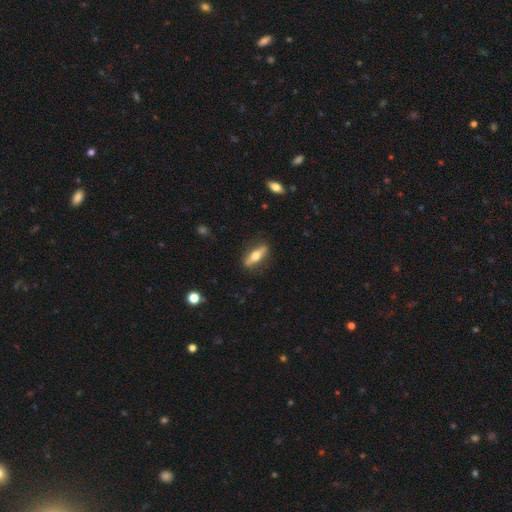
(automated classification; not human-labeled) smooth_or_featured: smooth (p=0.49) [alt: featured or disk p=0.45]
merging: none (p=0.85) [alt: minor disturbance p=0.11]